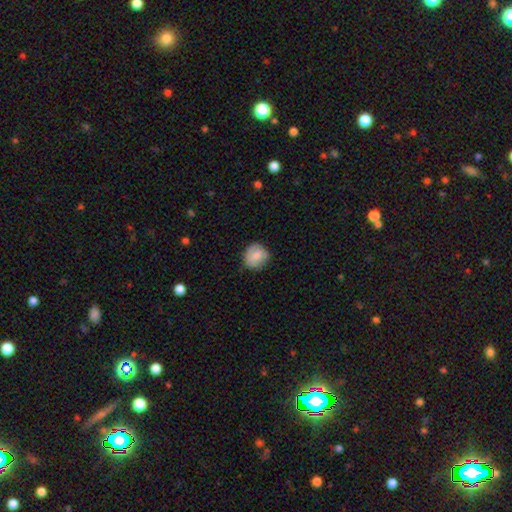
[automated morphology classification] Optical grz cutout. It shows a smooth galaxy with no disk features (80%) that is round (86%). Merging: none (71%).